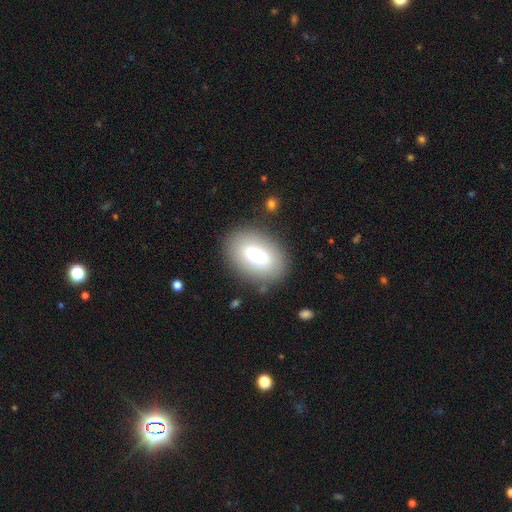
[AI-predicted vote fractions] smooth-or-featured: smooth: 64% | featured or disk: 28% | star or artifact: 8%
  how-rounded: in between: 85% | round: 11% | cigar-shaped: 4%
  merging: none: 79% | minor disturbance: 12% | major disturbance: 5% | merger: 4%